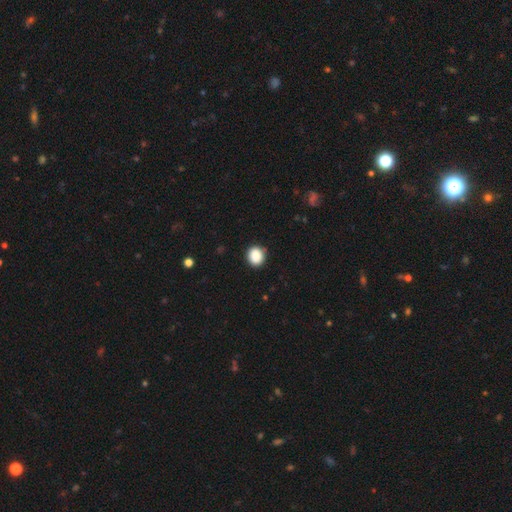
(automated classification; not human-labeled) smooth 88%, star or artifact 9%, featured or disk 3%. Down the decision tree: how rounded — round (73%); merging — none (87%).